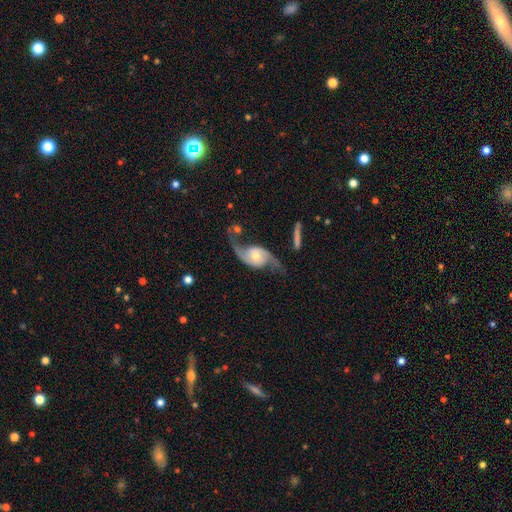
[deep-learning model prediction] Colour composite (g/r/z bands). It shows a featured or disk galaxy (87%) with no bar (65%), 2 (92%) loose (74%) spiral arms (96%) and a moderate central bulge (57%). Merging: none (60%).